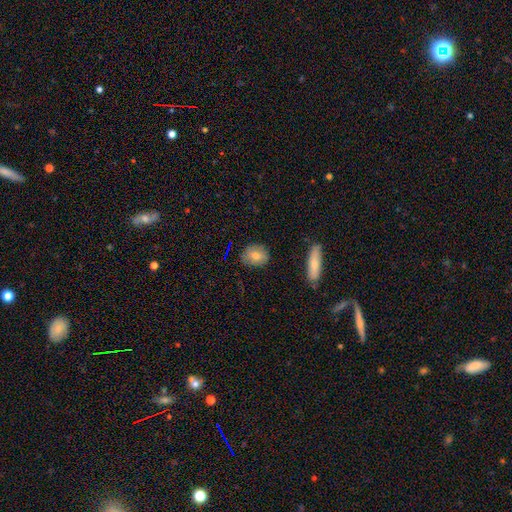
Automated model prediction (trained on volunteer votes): A smooth galaxy with no disk features (74%) that is in between round and cigar-shaped (51%). Merging: none (81%).